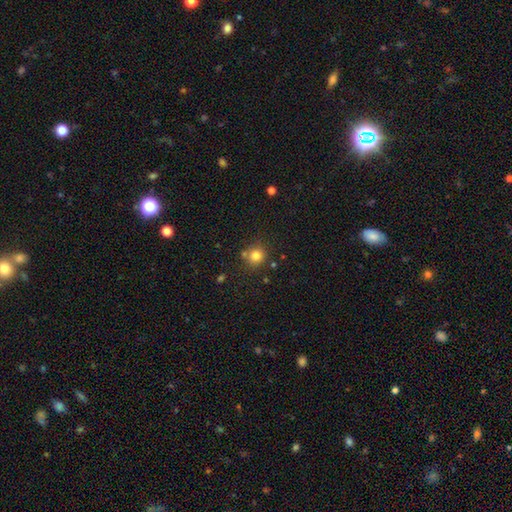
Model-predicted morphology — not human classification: Overall: smooth (80%). How rounded: round (90%). Merging: none (77%).